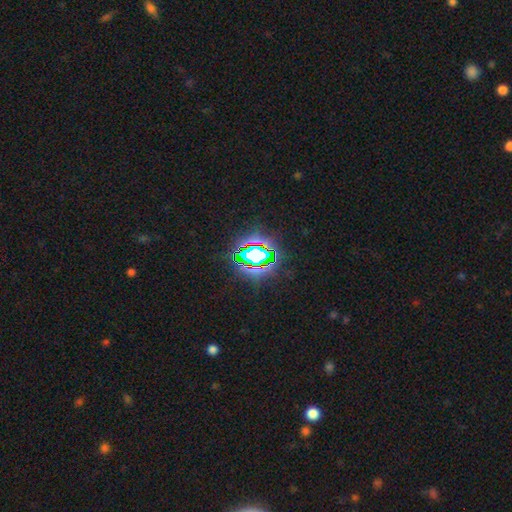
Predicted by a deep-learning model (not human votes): This is likely a star or artifact rather than a galaxy (69%).